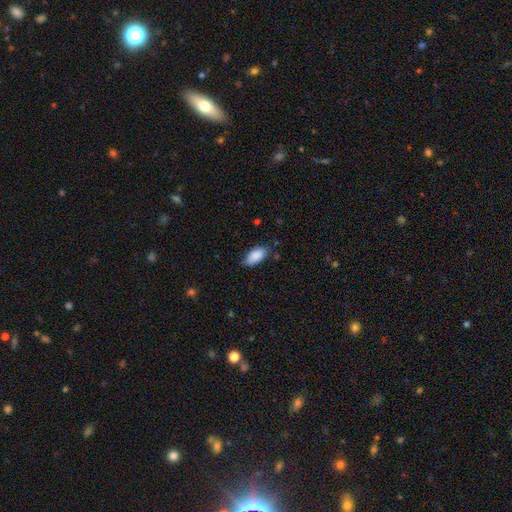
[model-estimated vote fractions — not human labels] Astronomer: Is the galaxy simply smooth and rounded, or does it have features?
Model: smooth — 88%.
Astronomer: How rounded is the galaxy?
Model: in between — 91%.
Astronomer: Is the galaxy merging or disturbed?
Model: none — 75%.